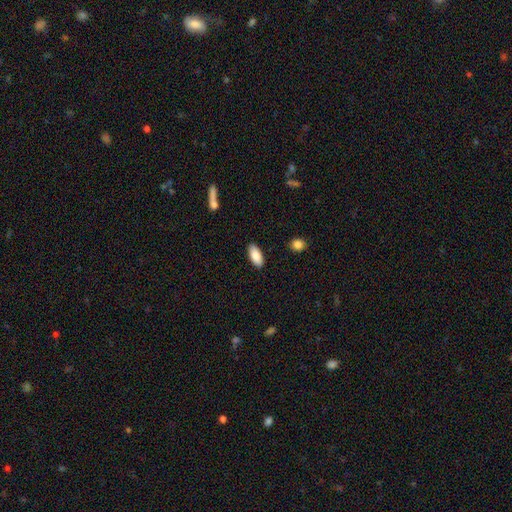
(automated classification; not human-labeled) A smooth galaxy with no disk features (87%) that is in between round and cigar-shaped (89%).

Vote fractions:
- Smooth or featured? smooth: 87% / featured or disk: 7% / star or artifact: 6%
- How rounded? in between: 89% / cigar-shaped: 10% / round: 2%
- Merging? none: 88% / minor disturbance: 8% / major disturbance: 2% / merger: 1%